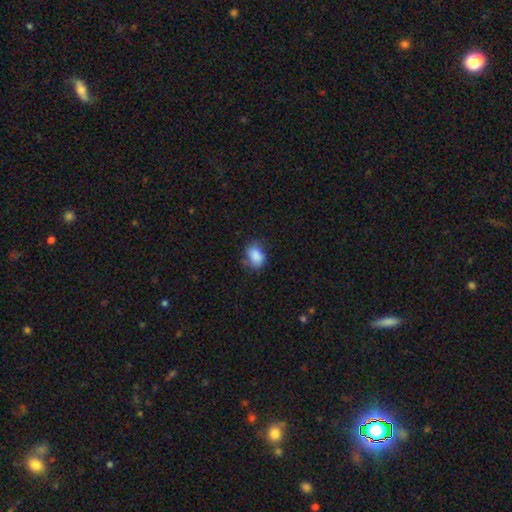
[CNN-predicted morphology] The model was most divided on "merging": none: 64%, minor disturbance: 26%, major disturbance: 7%, merger: 2%. More confident: smooth or featured — smooth (85%); how rounded — in between (74%).